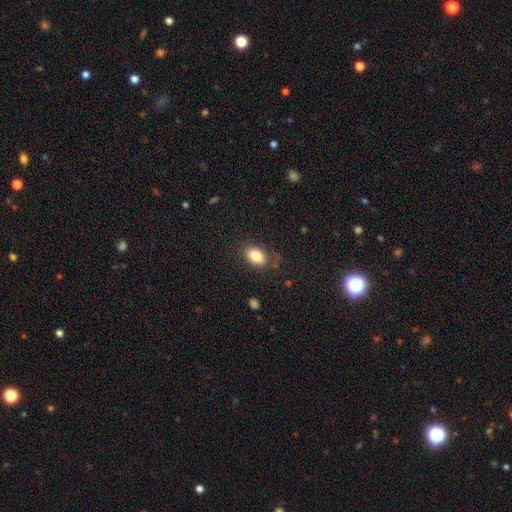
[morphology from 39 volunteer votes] A smooth galaxy with no disk features (90%) that is in between round and cigar-shaped (89%).

Vote fractions:
- Smooth or featured? smooth: 90% / featured or disk: 10% / star or artifact: 0%
- How rounded? in between: 89% / round: 11% / cigar-shaped: 0%
- Merging? none: 79% / minor disturbance: 18% / major disturbance: 3% / merger: 0%